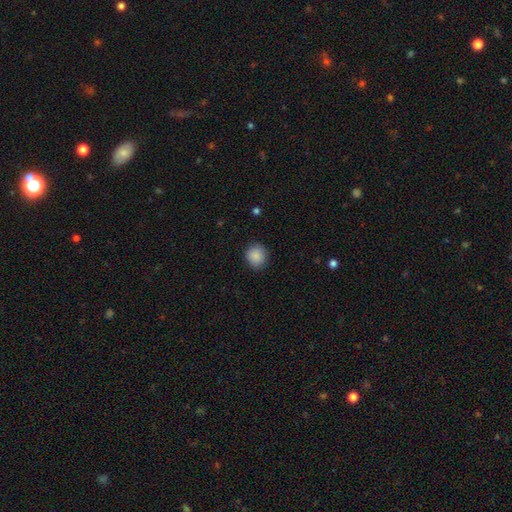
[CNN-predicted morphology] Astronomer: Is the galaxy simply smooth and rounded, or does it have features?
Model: smooth — 88%.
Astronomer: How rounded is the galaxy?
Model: round — 88%.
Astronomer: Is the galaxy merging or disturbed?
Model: none — 88%.